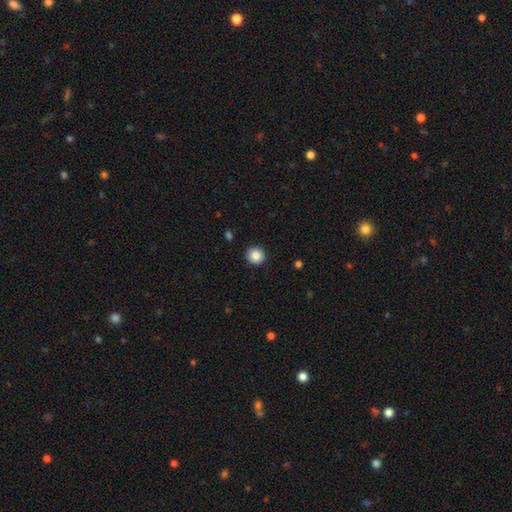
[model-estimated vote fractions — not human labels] smooth_or_featured: smooth (p=0.86) [alt: star or artifact p=0.09]
how_rounded: round (p=0.92) [alt: in between p=0.07]
merging: none (p=0.91) [alt: minor disturbance p=0.06]